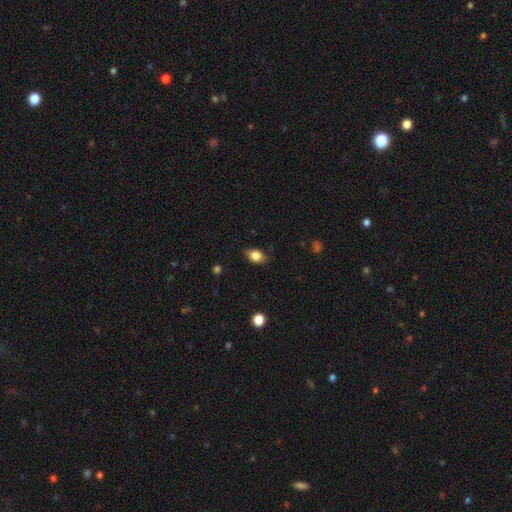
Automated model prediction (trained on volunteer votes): Smooth or featured? smooth (82%)
How rounded? in between (82%)
Merging? none (84%)